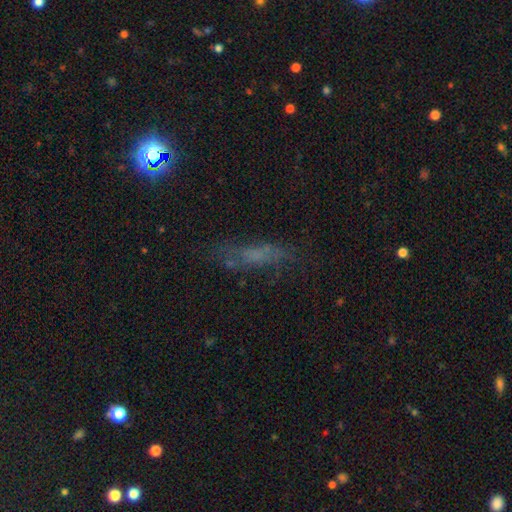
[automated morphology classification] This appears to be a smooth galaxy with no disk features (43%). Merging: none (61%).